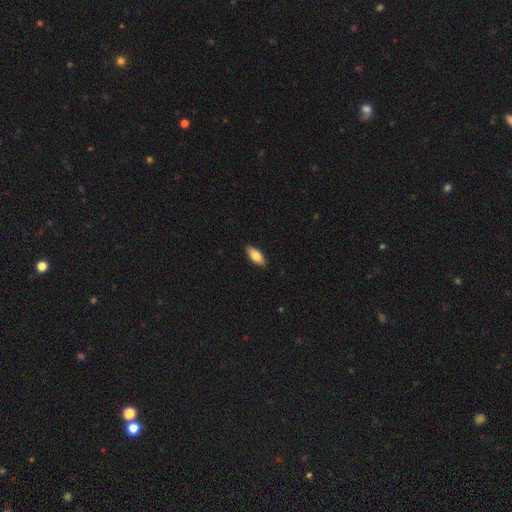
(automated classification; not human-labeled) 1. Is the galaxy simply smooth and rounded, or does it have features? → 80% smooth, 14% featured or disk, 6% star or artifact.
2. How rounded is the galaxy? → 79% in between, 19% cigar-shaped, 2% round.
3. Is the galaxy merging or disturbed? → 89% none, 8% minor disturbance, 2% major disturbance, 1% merger.